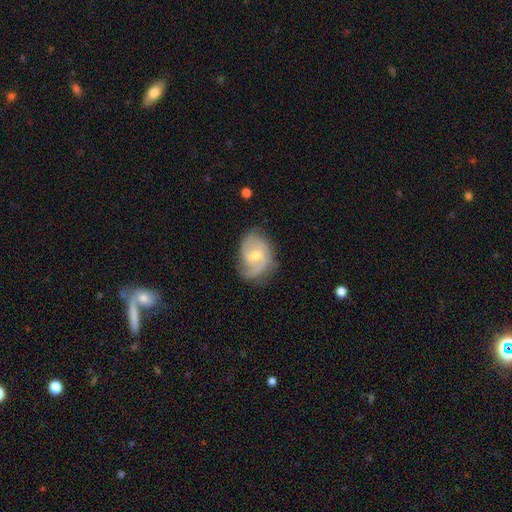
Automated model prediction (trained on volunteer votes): Smooth or featured? Predicted: featured or disk (p=0.77). Edge-on disk? Predicted: no (p=0.97). Bar? Predicted: no (p=0.55). Spiral arms? Predicted: yes (p=0.93). Spiral winding? Predicted: medium (p=0.46). Spiral arm count? Predicted: 2 (p=0.58). Bulge size? Predicted: moderate (p=0.51). Merging? Predicted: none (p=0.63).